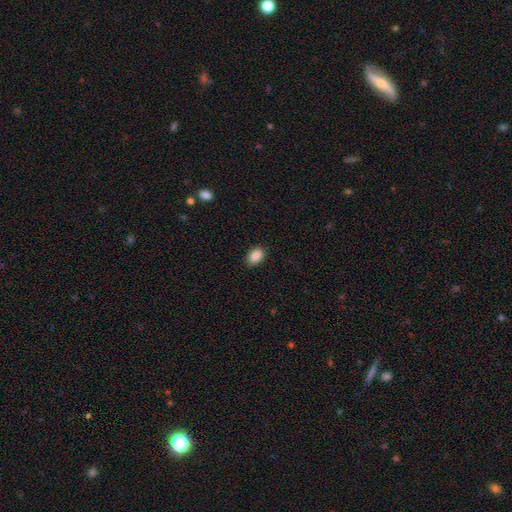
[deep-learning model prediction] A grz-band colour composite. It shows a smooth galaxy with no disk features (88%) that is in between round and cigar-shaped (82%). Merging: none (87%).